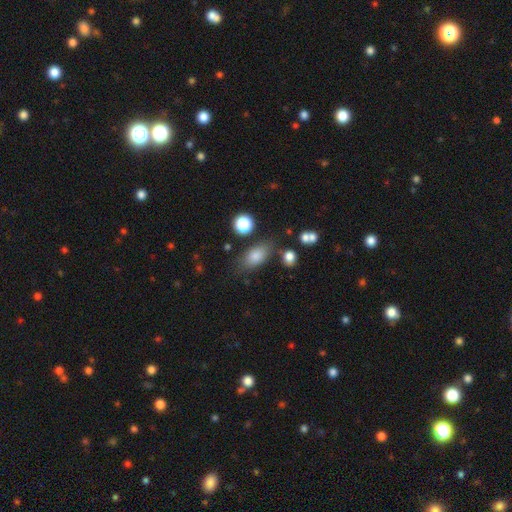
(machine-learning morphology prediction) smooth 80%, star or artifact 10%, featured or disk 10%. Down the decision tree: how rounded — in between (83%); merging — none (73%).